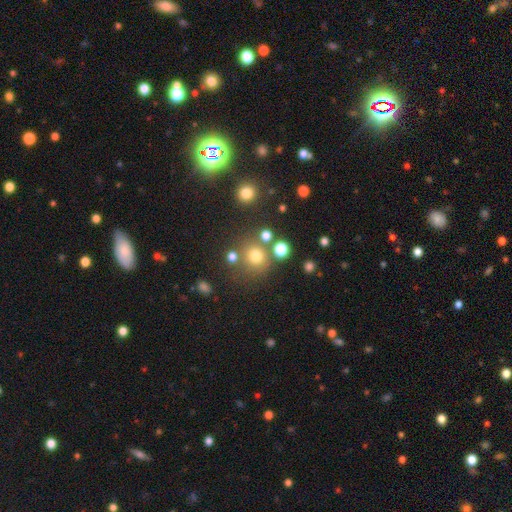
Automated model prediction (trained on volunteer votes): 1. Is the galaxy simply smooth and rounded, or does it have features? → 74% smooth, 18% star or artifact, 9% featured or disk.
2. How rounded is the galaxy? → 89% round, 10% in between, 1% cigar-shaped.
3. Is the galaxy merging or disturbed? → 72% none, 12% merger, 11% minor disturbance, 5% major disturbance.